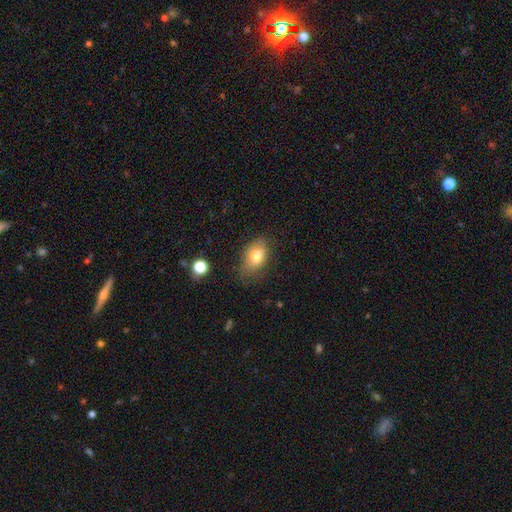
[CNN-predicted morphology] The model was most divided on "merging": none: 63%, minor disturbance: 27%, major disturbance: 8%, merger: 2%. More confident: how rounded — in between (87%); smooth or featured — smooth (77%).